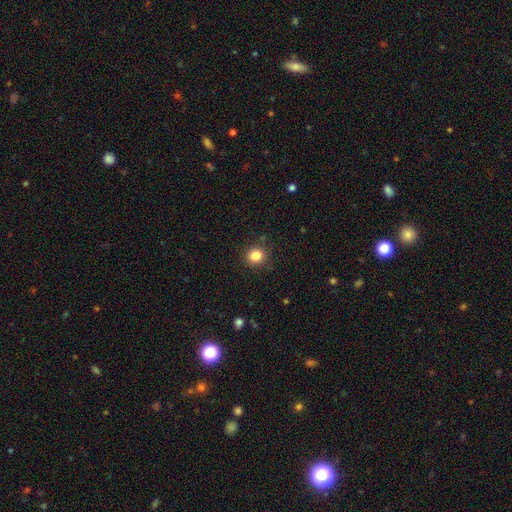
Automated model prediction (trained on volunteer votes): Smooth or featured? smooth (83%)
How rounded? round (83%)
Merging? none (87%)